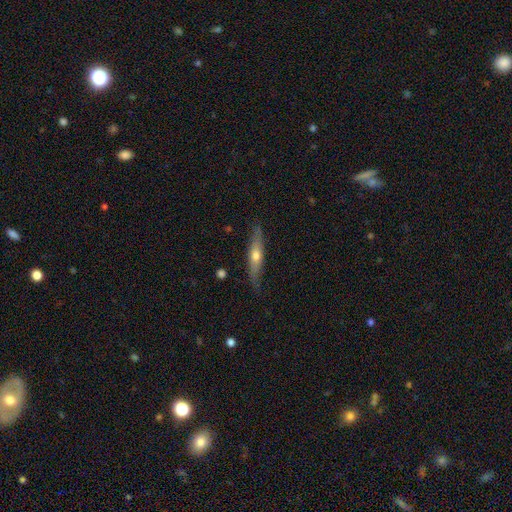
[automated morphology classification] Overall: featured or disk (51%; smooth 44%). Edge-on disk: yes (83%). Merging: none (82%).